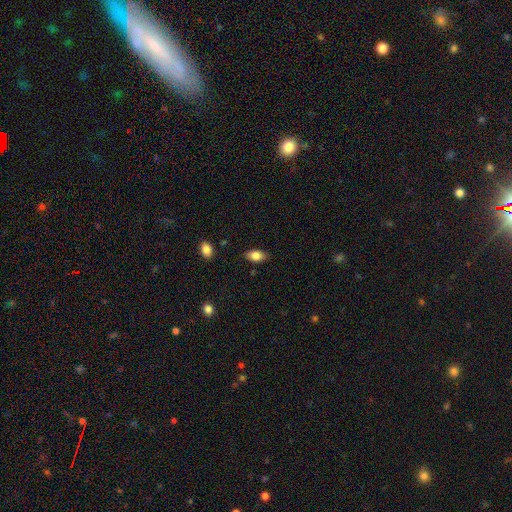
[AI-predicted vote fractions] This appears to be a smooth galaxy with no disk features (82%) that is in between round and cigar-shaped (90%). Merging: none (84%).